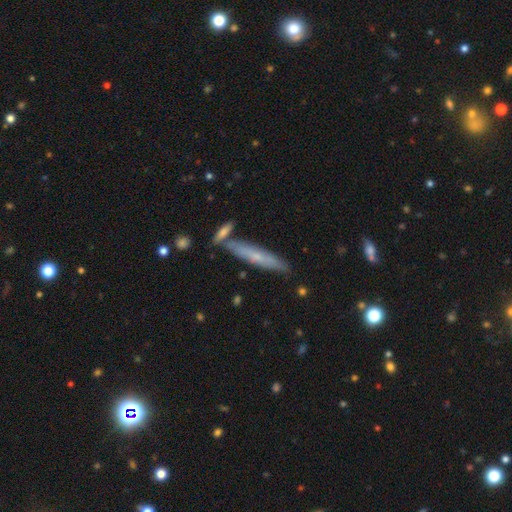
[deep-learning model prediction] A smooth galaxy with no disk features (52%) that is cigar-shaped (90%). Merging: none (76%).